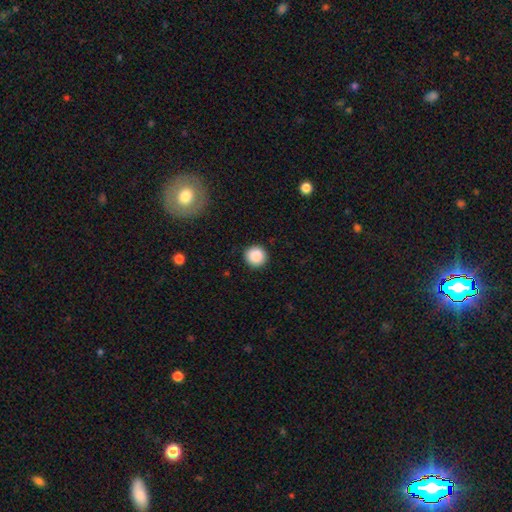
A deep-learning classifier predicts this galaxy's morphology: type=smooth (89%); roundness=round (94%); merging=none (91%).